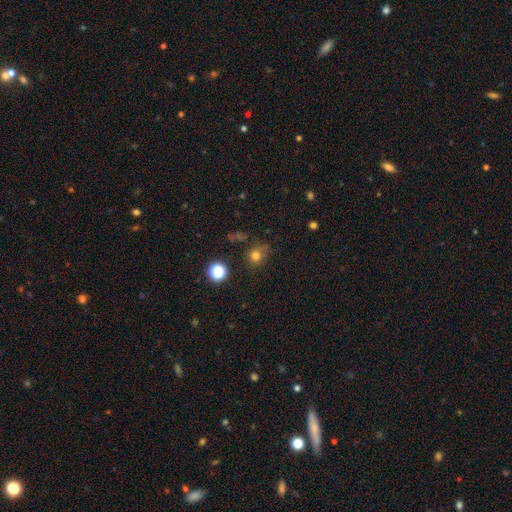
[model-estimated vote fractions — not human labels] Smooth or featured? Predicted: smooth (p=0.74). How rounded? Predicted: round (p=0.80). Merging? Predicted: none (p=0.70).